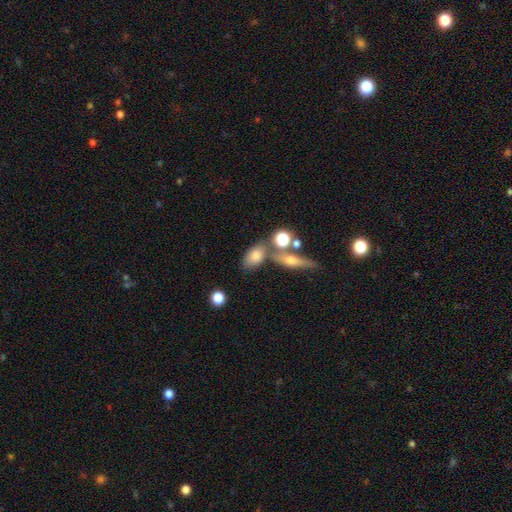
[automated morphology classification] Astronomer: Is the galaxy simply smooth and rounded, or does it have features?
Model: smooth — 72%.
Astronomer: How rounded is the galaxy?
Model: in between — 80%.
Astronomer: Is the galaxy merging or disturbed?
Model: none — 53%.